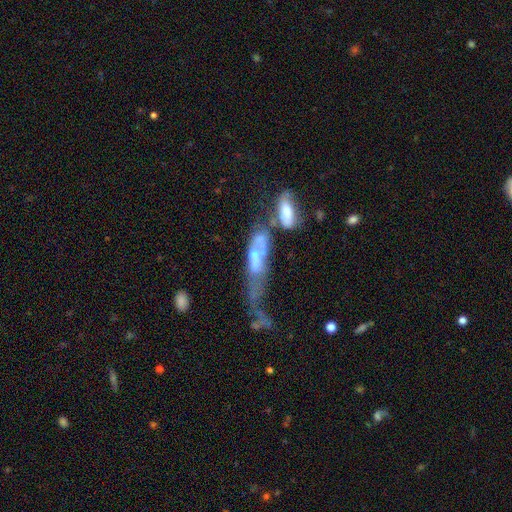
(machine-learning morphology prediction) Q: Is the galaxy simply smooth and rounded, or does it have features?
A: featured or disk — 50%.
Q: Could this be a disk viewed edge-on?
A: no — 76%.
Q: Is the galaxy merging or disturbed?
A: merger — 51%.